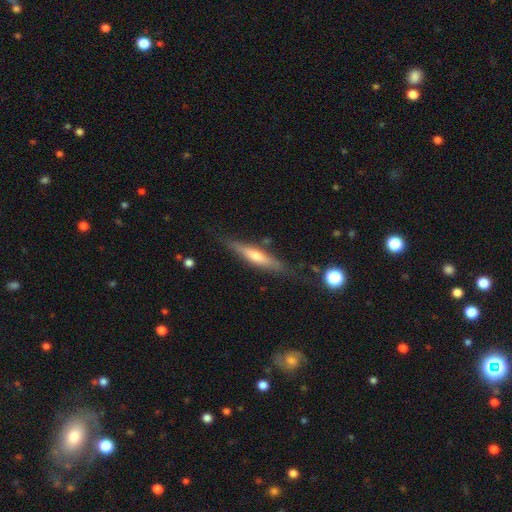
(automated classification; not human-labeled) smooth_or_featured: featured or disk (p=0.58) [alt: smooth p=0.36]
disk_edge_on: yes (p=0.93) [alt: no p=0.07]
edge_on_bulge: rounded (p=0.73) [alt: none p=0.18]
merging: none (p=0.80) [alt: minor disturbance p=0.14]